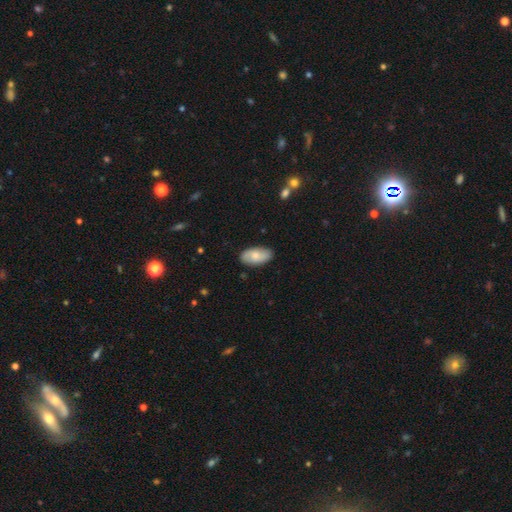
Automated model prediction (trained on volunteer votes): smooth 70%, featured or disk 24%, star or artifact 6%. Down the decision tree: how rounded — in between (94%); merging — none (84%).